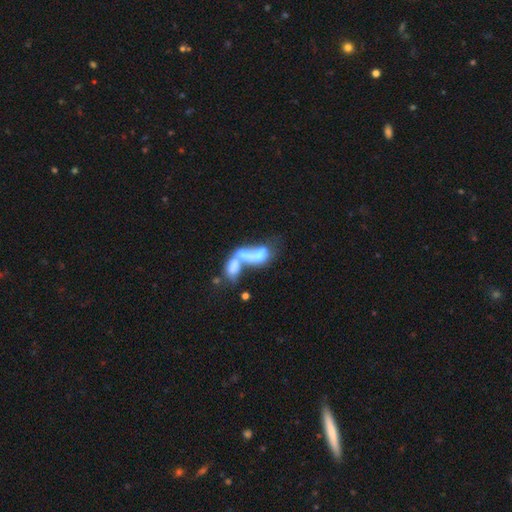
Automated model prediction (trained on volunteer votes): A smooth galaxy with no disk features (45%). Merging: merger (74%).